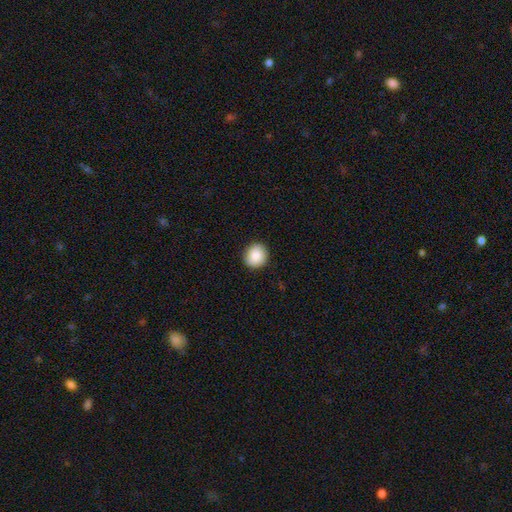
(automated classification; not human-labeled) smooth-or-featured: smooth: 86% | star or artifact: 8% | featured or disk: 6%
  how-rounded: round: 88% | in between: 11% | cigar-shaped: 1%
  merging: none: 88% | minor disturbance: 9% | major disturbance: 2% | merger: 1%